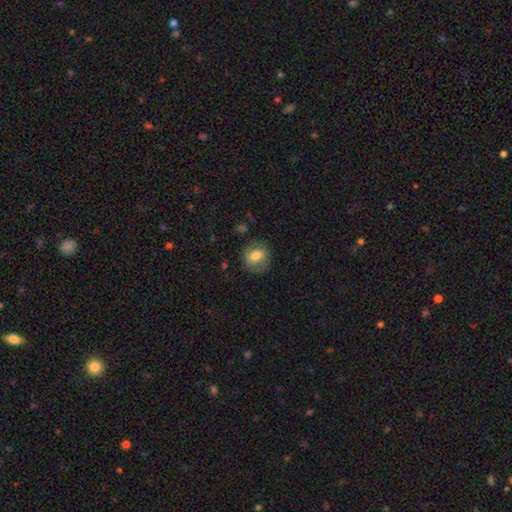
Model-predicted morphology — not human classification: smooth-or-featured: smooth: 69% | featured or disk: 23% | star or artifact: 8%
  how-rounded: round: 62% | in between: 36% | cigar-shaped: 1%
  merging: none: 74% | minor disturbance: 17% | major disturbance: 7% | merger: 2%